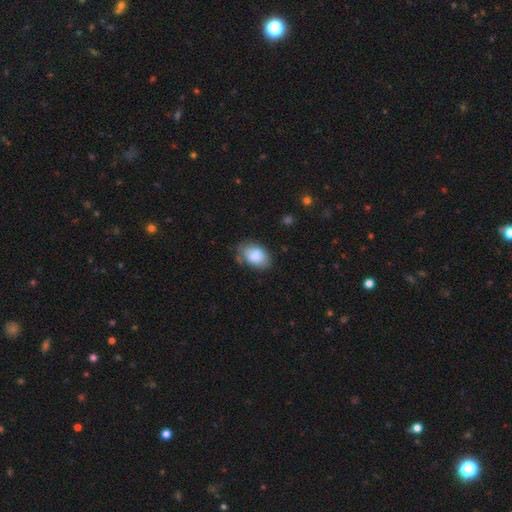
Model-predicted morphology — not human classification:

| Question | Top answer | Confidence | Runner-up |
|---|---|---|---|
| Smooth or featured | smooth | 81% | featured or disk (12%) |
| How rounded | in between | 87% | round (12%) |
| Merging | none | 61% | minor disturbance (27%) |